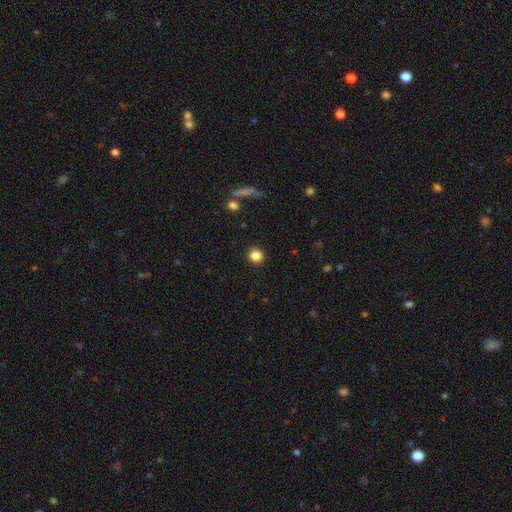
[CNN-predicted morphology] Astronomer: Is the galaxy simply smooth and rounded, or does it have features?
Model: smooth — 84%.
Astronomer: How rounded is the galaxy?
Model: round — 90%.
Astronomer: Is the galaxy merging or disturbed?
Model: none — 92%.